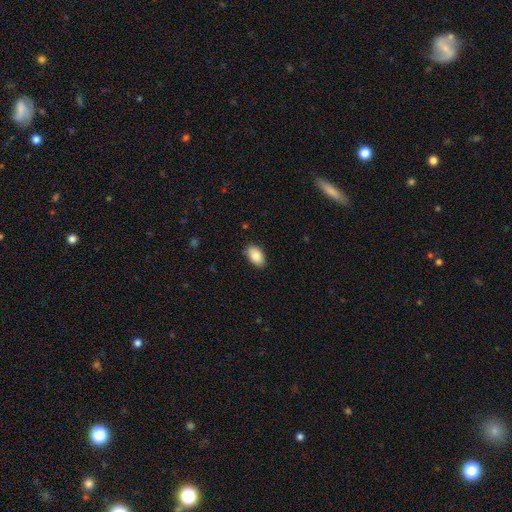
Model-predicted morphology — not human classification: A smooth galaxy with no disk features (87%) that is in between round and cigar-shaped (93%). Merging: none (85%).